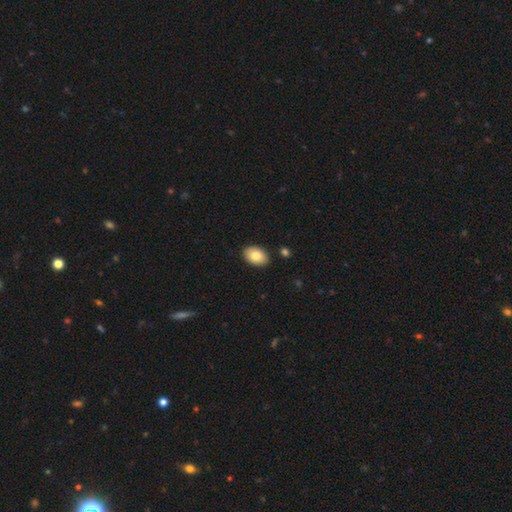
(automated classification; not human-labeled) This is clearly a smooth galaxy (82%). How rounded: clearly in between (88%). Merging: clearly none (89%).